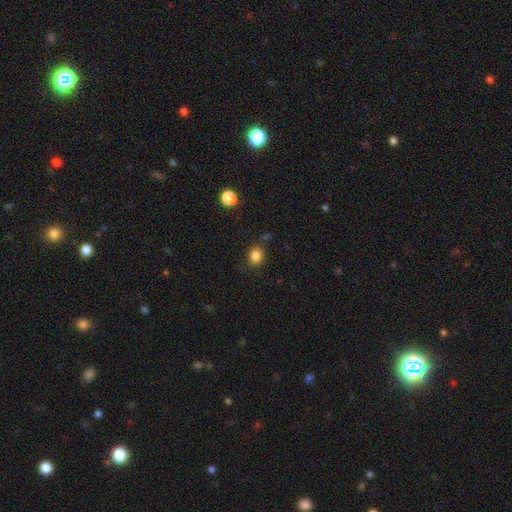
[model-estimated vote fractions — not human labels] A smooth galaxy with no disk features (84%) that is round (67%). Merging: none (81%).